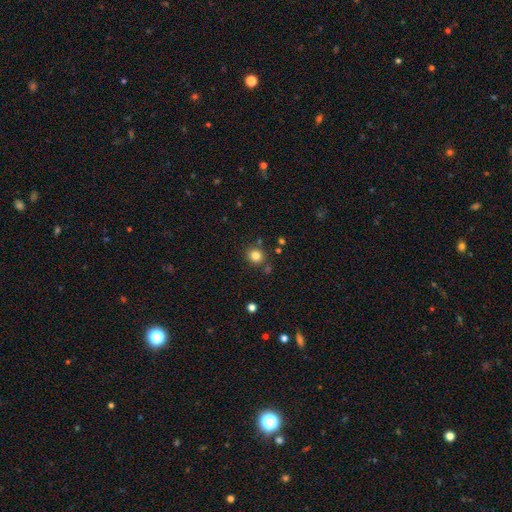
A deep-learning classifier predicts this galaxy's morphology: Smooth or featured: smooth — 82% (star or artifact — 13%)
How rounded: round — 87% (in between — 12%)
Merging: none — 82% (minor disturbance — 9%)